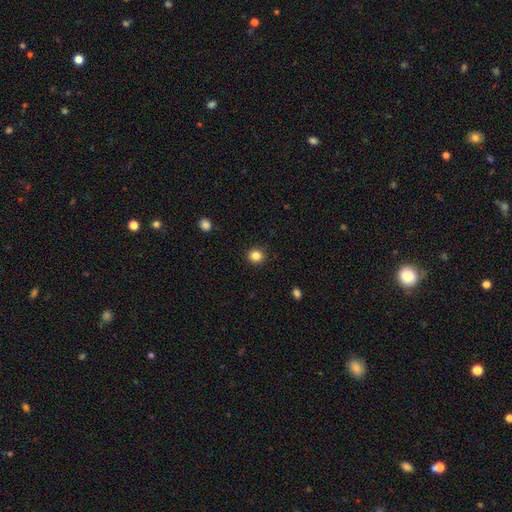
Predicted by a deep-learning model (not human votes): Overall: smooth (85%). How rounded: round (87%). Merging: none (91%).